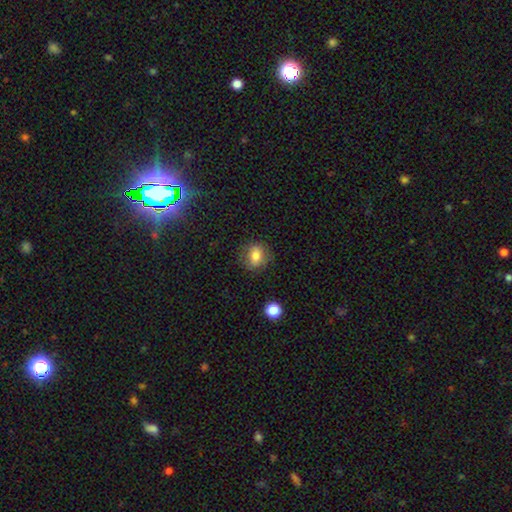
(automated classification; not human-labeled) This is likely a smooth galaxy (76%). How rounded: possibly round (57%). Merging: likely none (79%).